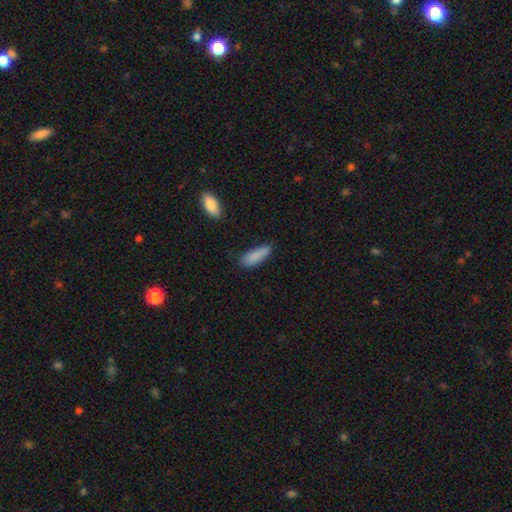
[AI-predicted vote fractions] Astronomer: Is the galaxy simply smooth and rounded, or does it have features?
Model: smooth — 86%.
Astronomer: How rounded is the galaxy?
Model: in between — 51% (runner-up: cigar-shaped, 47%).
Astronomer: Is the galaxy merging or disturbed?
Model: none — 68%.